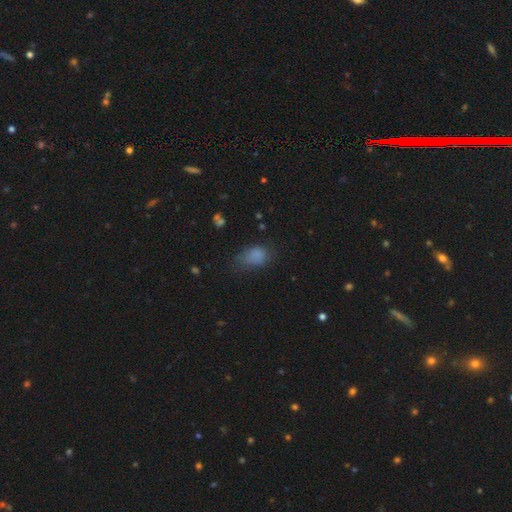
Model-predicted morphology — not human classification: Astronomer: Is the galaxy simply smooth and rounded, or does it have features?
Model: smooth — 77%.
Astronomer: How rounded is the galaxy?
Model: in between — 79%.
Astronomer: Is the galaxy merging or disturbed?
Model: none — 45% (runner-up: minor disturbance, 33%).